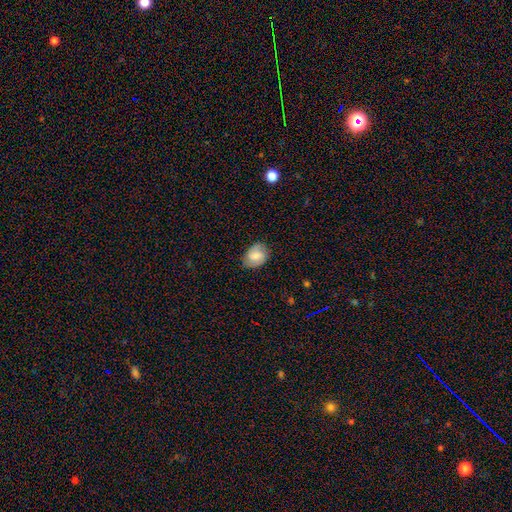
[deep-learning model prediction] This appears to be a smooth galaxy with no disk features (64%) that is in between round and cigar-shaped (73%). Merging: none (76%).